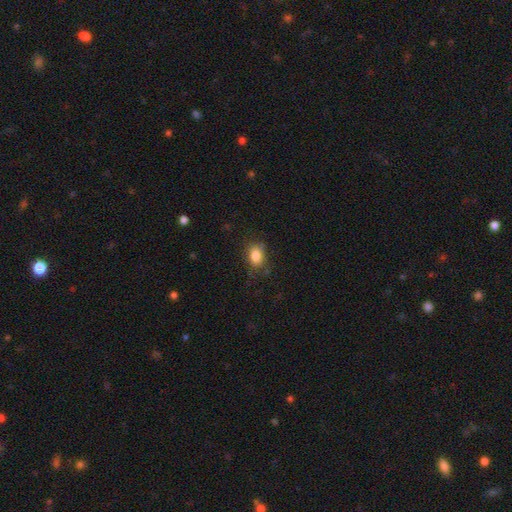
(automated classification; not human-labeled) smooth-or-featured: smooth: 84% | star or artifact: 9% | featured or disk: 7%
  how-rounded: in between: 68% | round: 31% | cigar-shaped: 1%
  merging: none: 74% | minor disturbance: 19% | major disturbance: 6% | merger: 2%